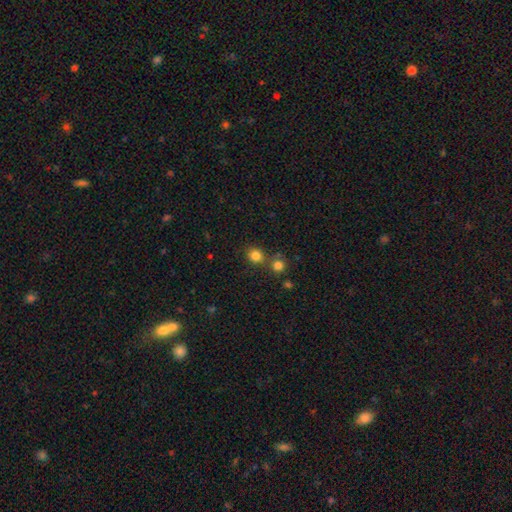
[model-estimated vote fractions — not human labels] Smooth or featured: smooth — 81% (star or artifact — 13%)
How rounded: round — 82% (in between — 17%)
Merging: none — 70% (merger — 18%)